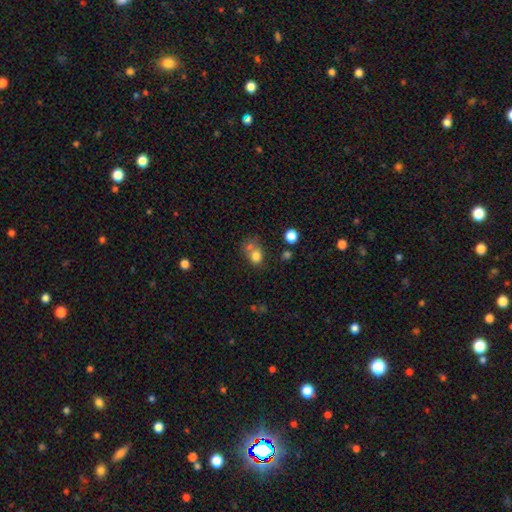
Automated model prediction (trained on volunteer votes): This appears to be a smooth galaxy with no disk features (76%) that is round (54%). Merging: merger (43%).